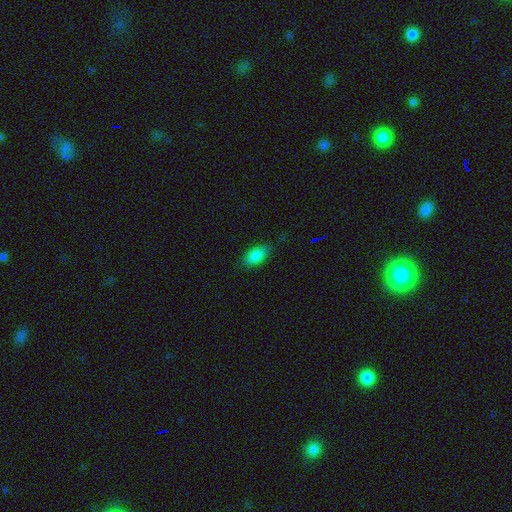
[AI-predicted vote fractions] Smooth or featured: smooth — 86% (star or artifact — 8%)
How rounded: in between — 92% (cigar-shaped — 4%)
Merging: none — 81% (minor disturbance — 14%)